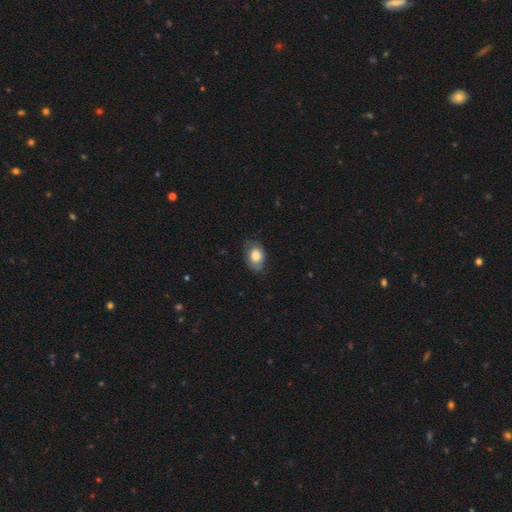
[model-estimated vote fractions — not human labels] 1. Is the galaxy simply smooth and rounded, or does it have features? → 76% smooth, 17% featured or disk, 7% star or artifact.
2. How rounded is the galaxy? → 79% in between, 20% round, 1% cigar-shaped.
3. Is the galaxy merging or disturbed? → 69% none, 24% minor disturbance, 6% major disturbance, 1% merger.